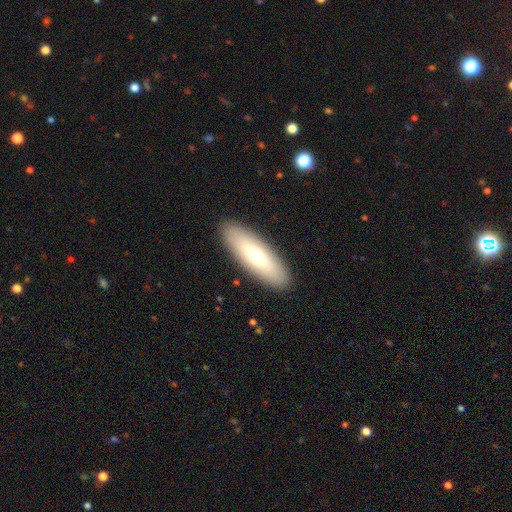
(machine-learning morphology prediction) This is likely a smooth galaxy (64%). How rounded: possibly in between (58%). Merging: clearly none (90%).